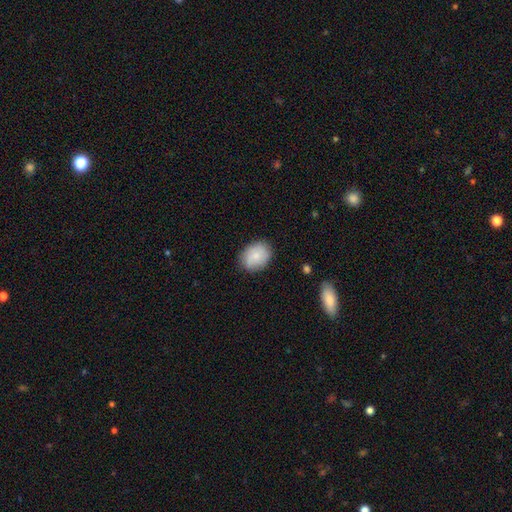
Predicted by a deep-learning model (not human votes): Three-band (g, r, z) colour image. It shows a smooth galaxy with no disk features (78%) that is in between round and cigar-shaped (58%). Merging: none (81%).